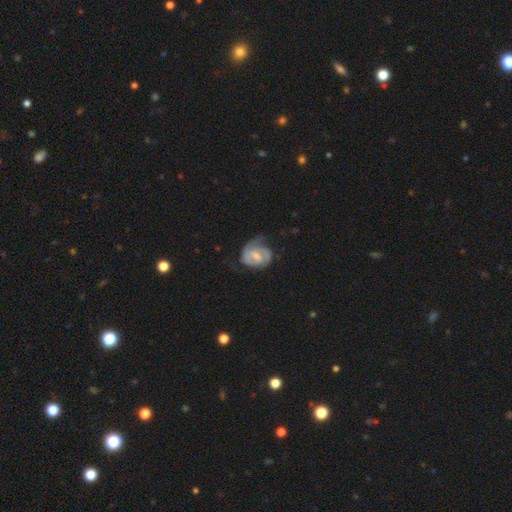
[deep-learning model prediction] Smooth or featured: featured or disk — 72% (smooth — 22%)
Edge-on disk: no — 98% (yes — 2%)
Bar: weak — 53% (no — 31%)
Spiral arms: yes — 90% (no — 10%)
Spiral winding: tight — 47% (medium — 39%)
Spiral arm count: 2 — 65% (can't tell — 16%)
Bulge size: moderate — 42% (small — 39%)
Merging: none — 52% (minor disturbance — 27%)